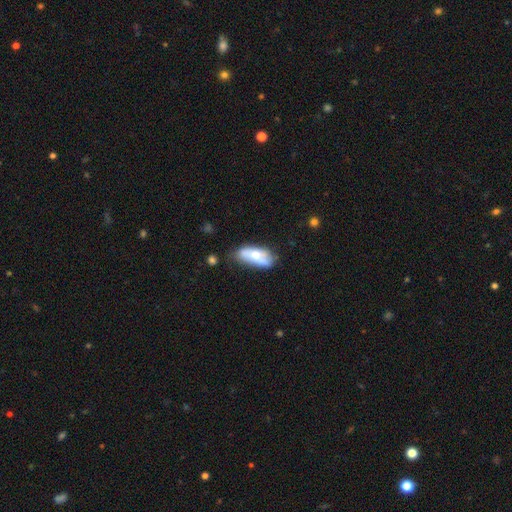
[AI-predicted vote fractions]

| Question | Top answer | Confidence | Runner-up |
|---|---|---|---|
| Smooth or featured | smooth | 56% | featured or disk (37%) |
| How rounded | in between | 80% | cigar-shaped (18%) |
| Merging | none | 52% | minor disturbance (31%) |